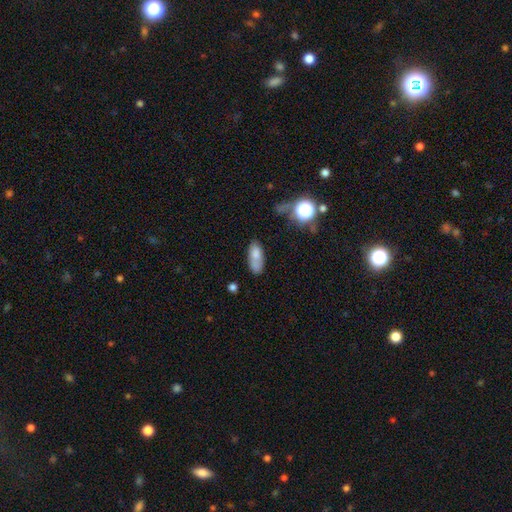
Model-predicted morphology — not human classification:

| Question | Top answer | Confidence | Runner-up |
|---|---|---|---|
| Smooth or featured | smooth | 76% | featured or disk (15%) |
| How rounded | in between | 82% | cigar-shaped (15%) |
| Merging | none | 53% | minor disturbance (28%) |